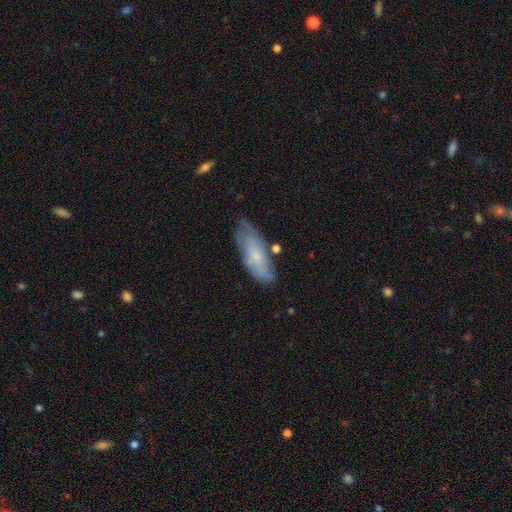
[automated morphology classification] Overall: smooth (54%; featured or disk 38%). How rounded: in between (63%; cigar-shaped 35%). Merging: none (66%).